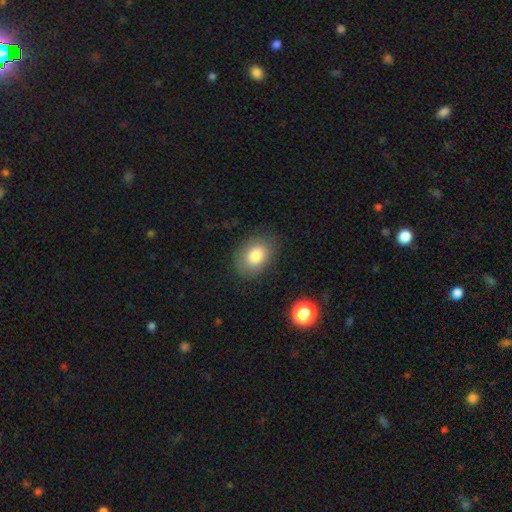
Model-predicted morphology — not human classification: smooth 81%, featured or disk 11%, star or artifact 8%. Down the decision tree: how rounded — in between (74%); merging — none (82%).